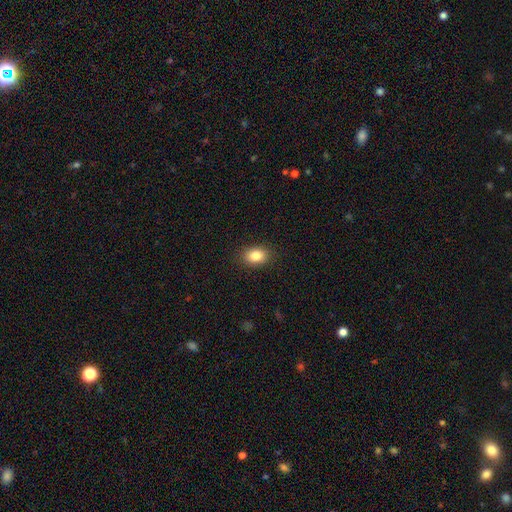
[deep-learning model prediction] This is clearly a smooth galaxy (85%). How rounded: likely in between (74%). Merging: clearly none (89%).